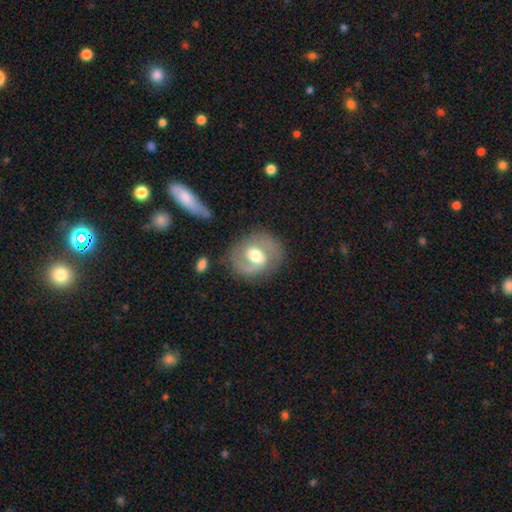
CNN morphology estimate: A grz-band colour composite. It shows a featured or disk galaxy (72%) with a weak bar (50%), 2 (75%) medium (47%) spiral arms (83%) and a moderate central bulge (68%). Merging: none (73%).